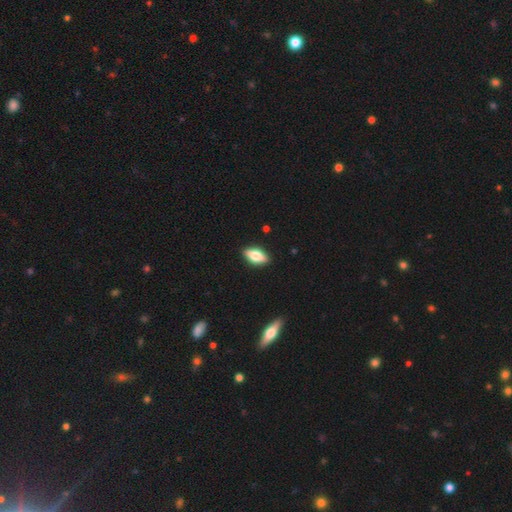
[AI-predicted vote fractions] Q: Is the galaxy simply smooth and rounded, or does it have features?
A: smooth — 62%.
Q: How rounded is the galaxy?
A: in between — 82%.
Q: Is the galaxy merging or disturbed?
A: none — 88%.